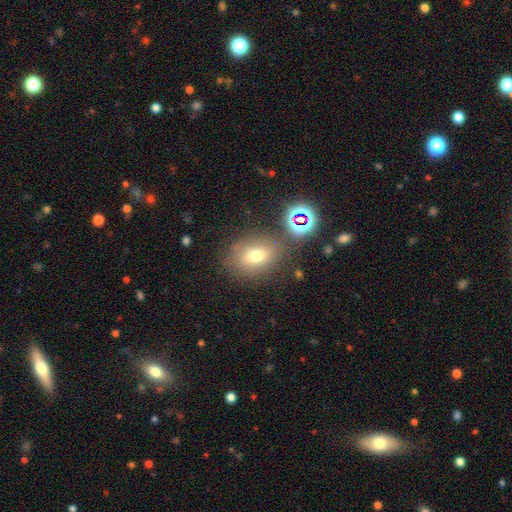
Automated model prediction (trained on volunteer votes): smooth_or_featured: smooth (p=0.67) [alt: star or artifact p=0.18]
how_rounded: in between (p=0.61) [alt: round p=0.38]
merging: none (p=0.71) [alt: minor disturbance p=0.14]